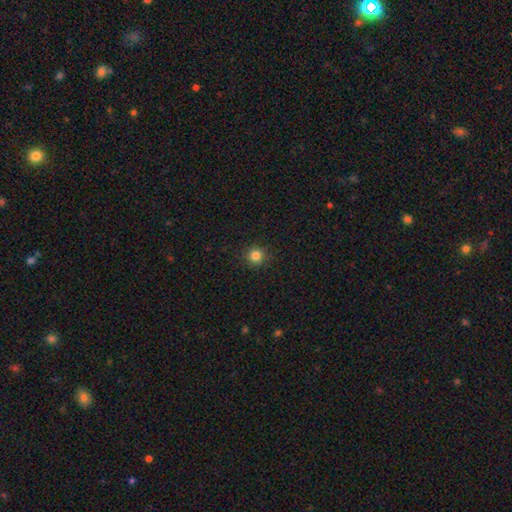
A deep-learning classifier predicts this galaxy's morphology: Smooth or featured? Predicted: smooth (p=0.83). How rounded? Predicted: round (p=0.94). Merging? Predicted: none (p=0.91).